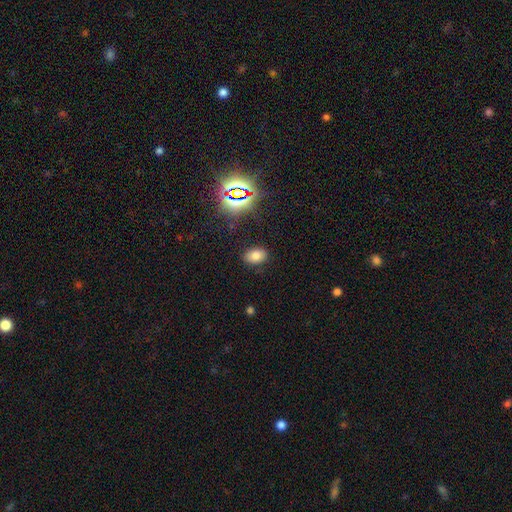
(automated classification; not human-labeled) Q: Smooth or featured?
A: smooth (73%); runner-up: star or artifact (18%)
Q: How rounded?
A: in between (82%); runner-up: round (16%)
Q: Merging?
A: none (86%); runner-up: minor disturbance (9%)